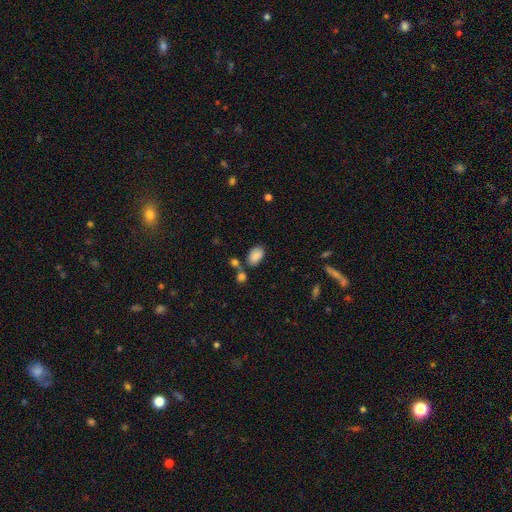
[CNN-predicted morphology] Smooth or featured?
  - smooth: 87% *
  - star or artifact: 8%
  - featured or disk: 5%
How rounded?
  - in between: 91% *
  - round: 7%
  - cigar-shaped: 1%
Merging?
  - none: 66% *
  - merger: 15%
  - minor disturbance: 14%
  - major disturbance: 5%